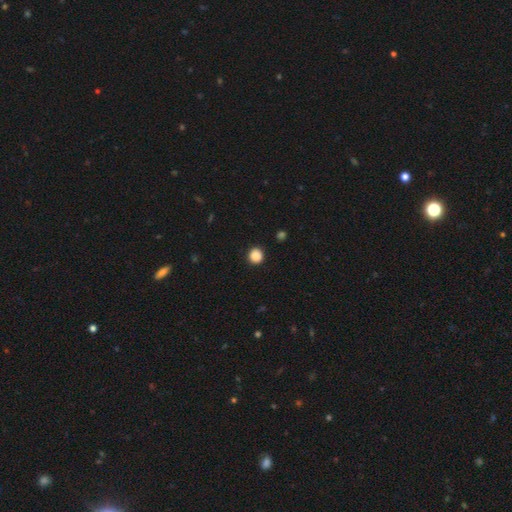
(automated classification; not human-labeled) Smooth or featured? smooth (88%)
How rounded? round (89%)
Merging? none (90%)